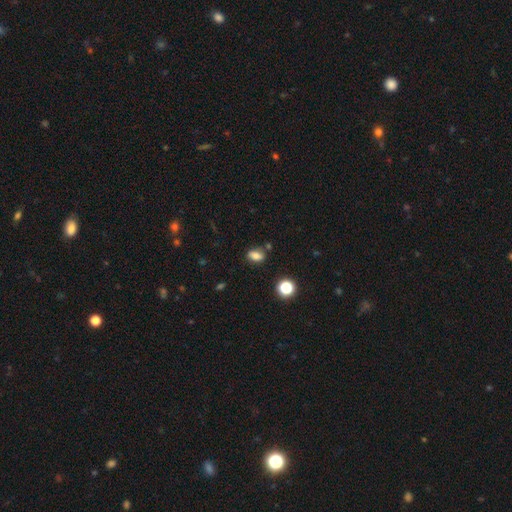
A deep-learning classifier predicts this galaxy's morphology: The model was most divided on "merging": none: 74%, minor disturbance: 14%, merger: 8%, major disturbance: 3%. More confident: smooth or featured — smooth (79%); how rounded — in between (78%).